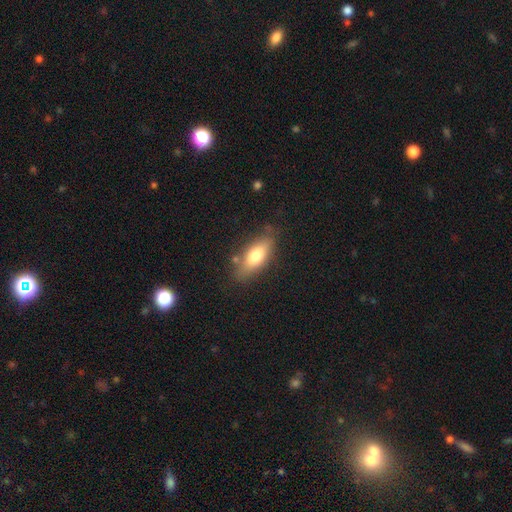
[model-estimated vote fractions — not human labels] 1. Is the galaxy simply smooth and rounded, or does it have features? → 71% smooth, 22% featured or disk, 7% star or artifact.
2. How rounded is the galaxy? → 76% in between, 21% cigar-shaped, 3% round.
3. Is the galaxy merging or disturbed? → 75% none, 16% minor disturbance, 4% major disturbance, 4% merger.